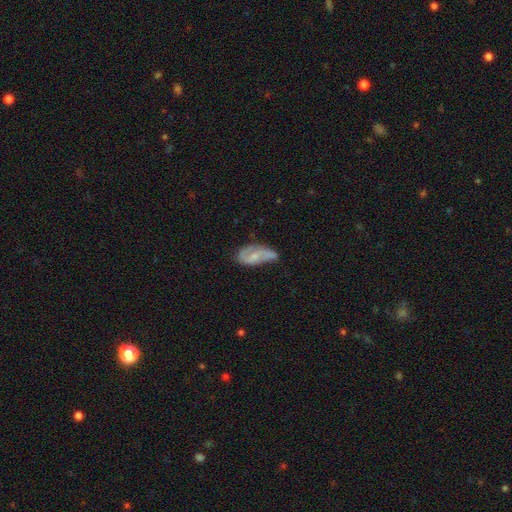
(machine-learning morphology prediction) Smooth or featured? Predicted: featured or disk (p=0.60). Edge-on disk? Predicted: no (p=0.94). Bar? Predicted: no (p=0.52). Spiral arms? Predicted: yes (p=0.83). Bulge size? Predicted: small (p=0.57). Merging? Predicted: none (p=0.44).